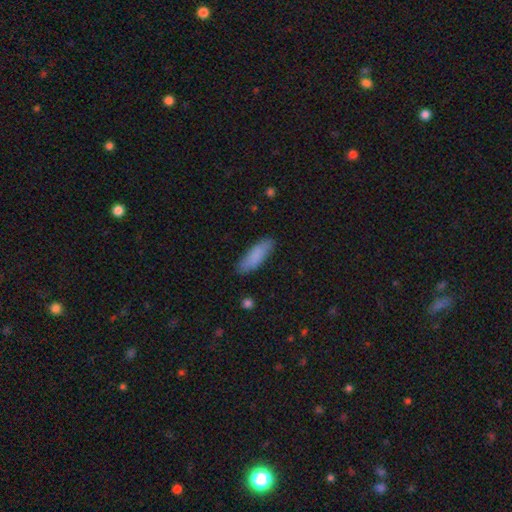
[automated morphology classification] Smooth or featured: smooth — 85% (featured or disk — 9%)
How rounded: cigar-shaped — 51% (in between — 48%)
Merging: none — 86% (minor disturbance — 11%)